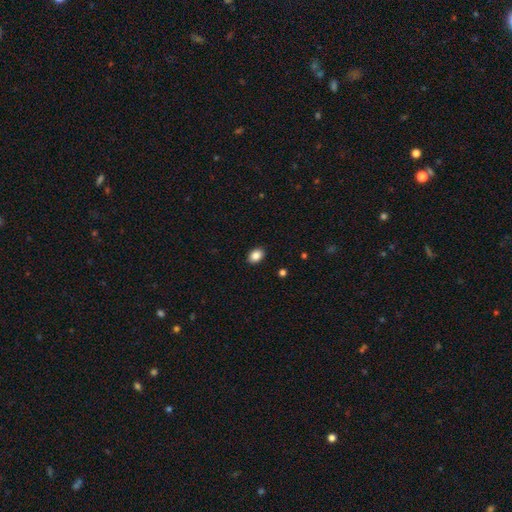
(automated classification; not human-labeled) This is clearly a smooth galaxy (87%). How rounded: likely in between (76%). Merging: clearly none (90%).